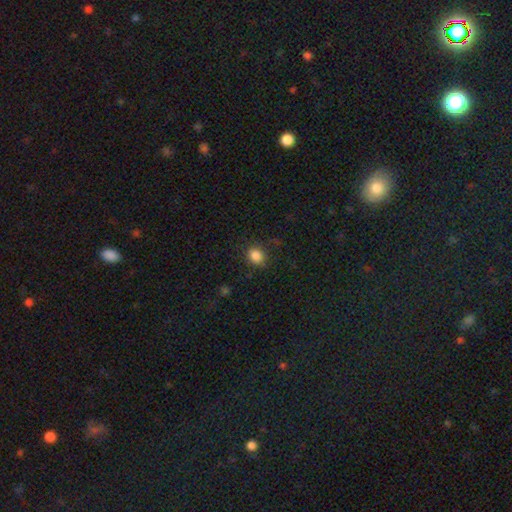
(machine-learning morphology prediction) smooth 85%, star or artifact 11%, featured or disk 4%. Down the decision tree: how rounded — round (71%); merging — none (83%).